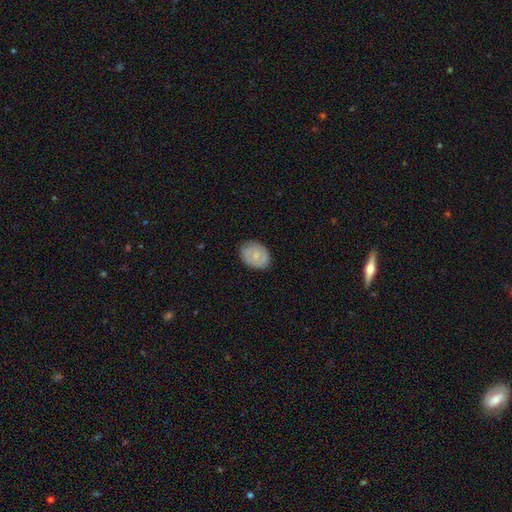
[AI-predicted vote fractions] Overall: smooth (62%; featured or disk 31%). How rounded: in between (67%; round 31%). Merging: none (84%).